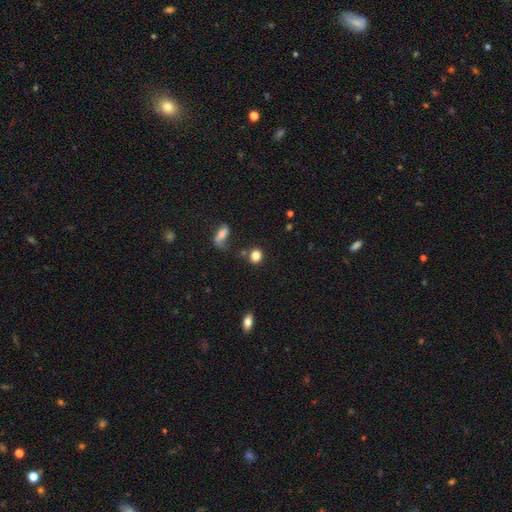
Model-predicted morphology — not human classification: smooth 83%, star or artifact 11%, featured or disk 6%. Down the decision tree: how rounded — round (72%); merging — none (69%).